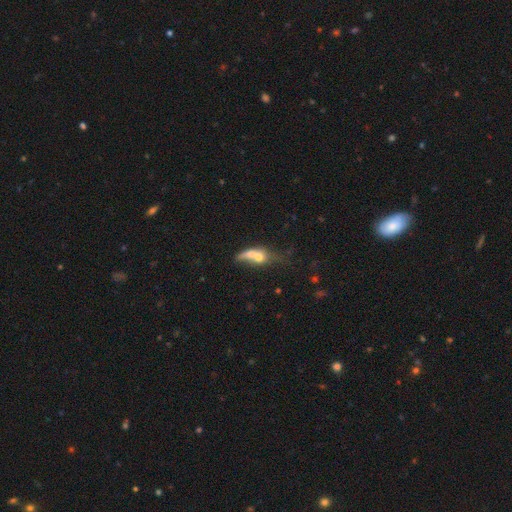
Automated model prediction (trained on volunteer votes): The model was most divided on "how rounded": in between: 53%, round: 27%, cigar-shaped: 21%. More confident: merging — merger (62%); smooth or featured — smooth (59%).